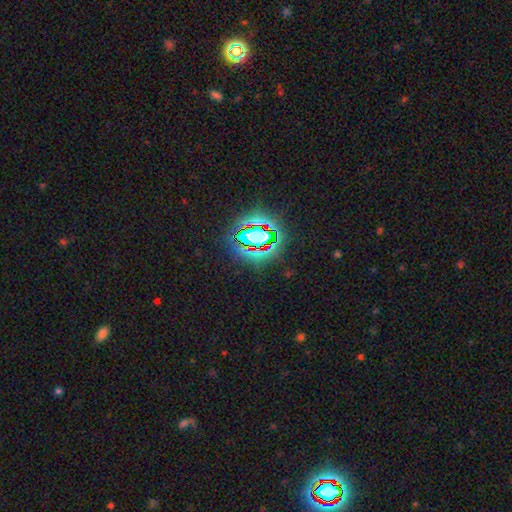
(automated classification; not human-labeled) A star or artifact, not a galaxy (79%).